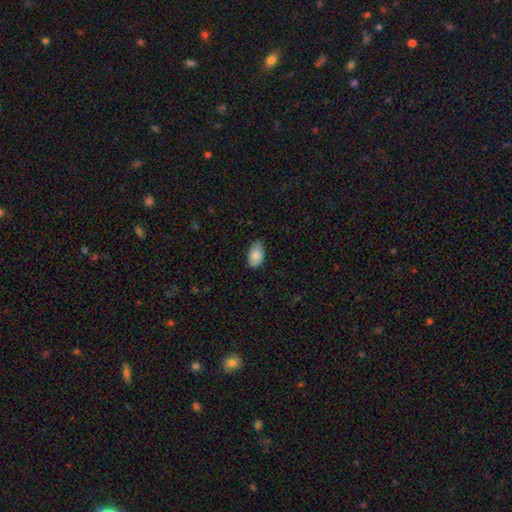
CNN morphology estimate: A smooth galaxy with no disk features (86%) that is in between round and cigar-shaped (93%). Merging: none (76%).